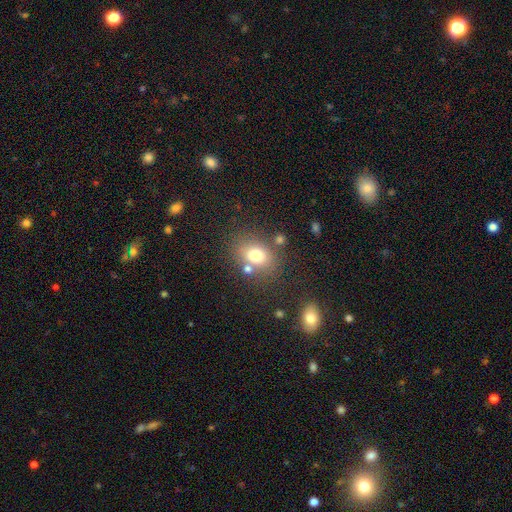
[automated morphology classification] A smooth galaxy with no disk features (73%) that is in between round and cigar-shaped (56%). Merging: none (68%).